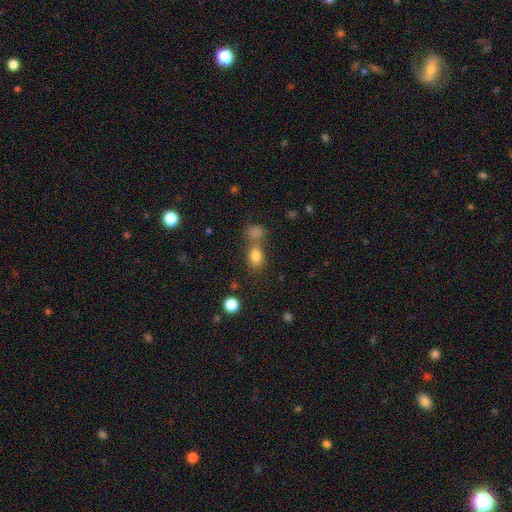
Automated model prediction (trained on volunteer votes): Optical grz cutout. It shows a smooth galaxy with no disk features (80%) that is in between round and cigar-shaped (68%). Merging: none (53%).